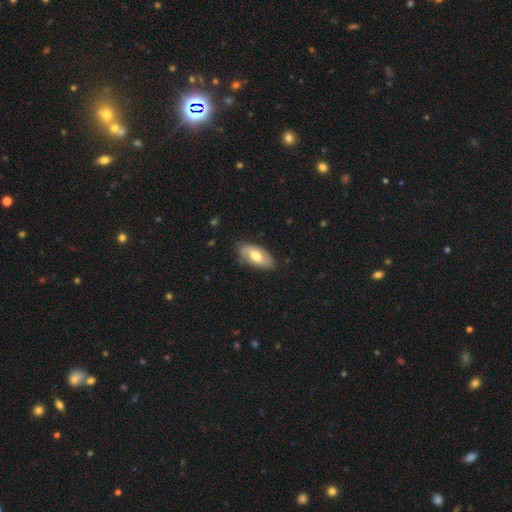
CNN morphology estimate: Smooth or featured? smooth (55%)
How rounded? in between (92%)
Merging? none (79%)